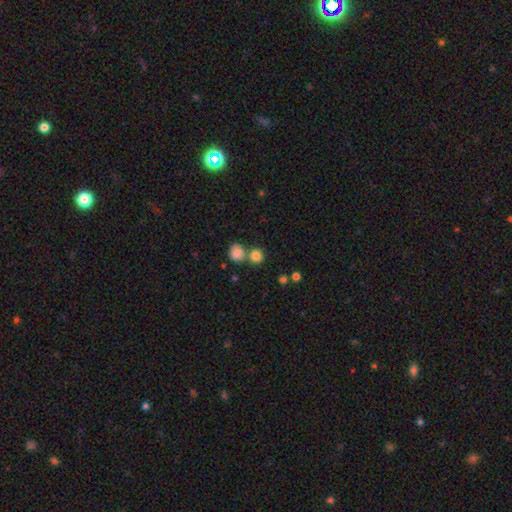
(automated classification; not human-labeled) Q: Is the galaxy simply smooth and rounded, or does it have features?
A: smooth — 84%.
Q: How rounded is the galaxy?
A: round — 87%.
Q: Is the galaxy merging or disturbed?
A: none — 57%.